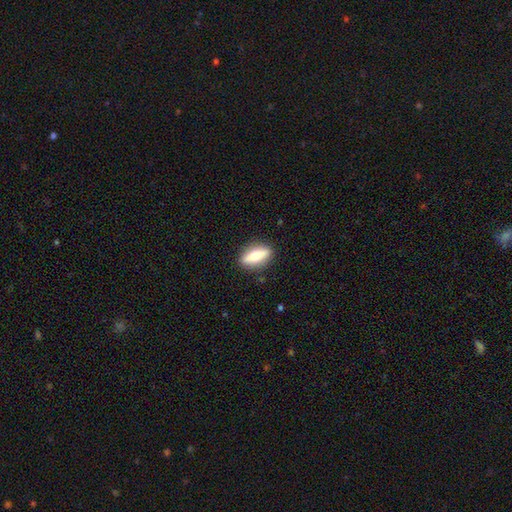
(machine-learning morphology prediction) Overall: smooth (67%). How rounded: in between (59%; cigar-shaped 37%). Merging: none (87%).